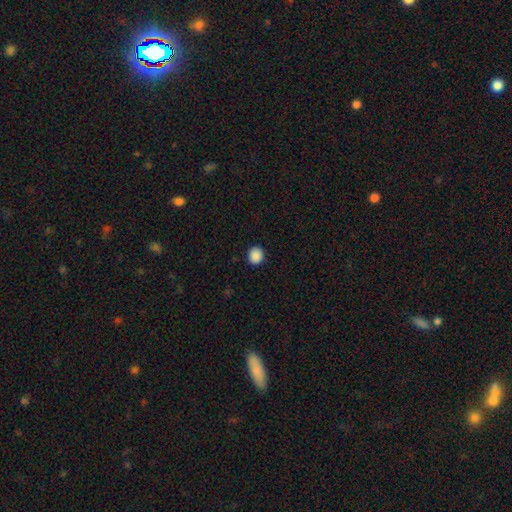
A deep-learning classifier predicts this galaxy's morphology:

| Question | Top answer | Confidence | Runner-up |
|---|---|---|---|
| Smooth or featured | smooth | 89% | star or artifact (9%) |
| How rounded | round | 81% | in between (18%) |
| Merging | none | 91% | minor disturbance (6%) |